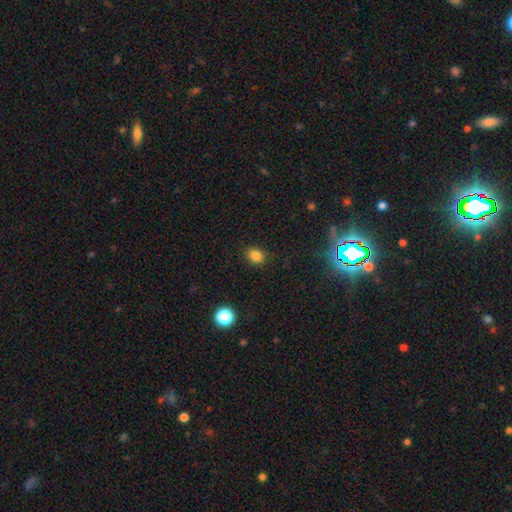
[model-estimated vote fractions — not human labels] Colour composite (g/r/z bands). It shows a smooth galaxy with no disk features (82%) that is round (49%, tied with in between). Merging: none (83%).